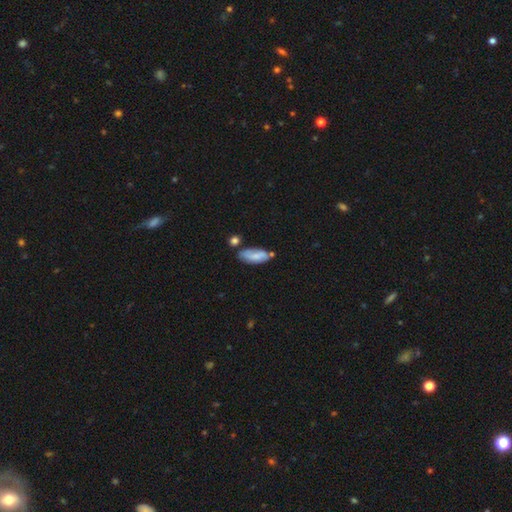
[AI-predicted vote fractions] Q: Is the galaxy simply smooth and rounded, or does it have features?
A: smooth — 70%.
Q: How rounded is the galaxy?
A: in between — 79%.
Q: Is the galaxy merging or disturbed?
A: none — 59%.